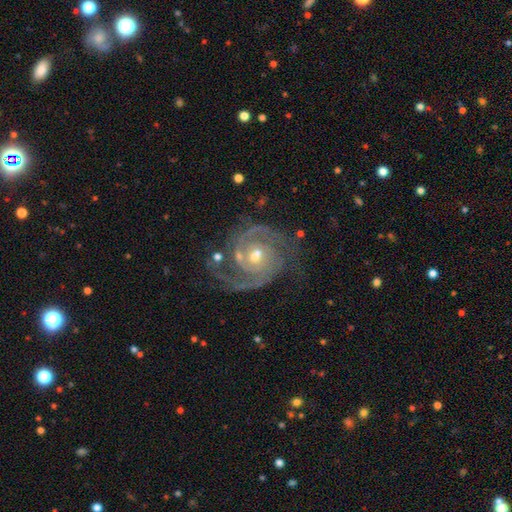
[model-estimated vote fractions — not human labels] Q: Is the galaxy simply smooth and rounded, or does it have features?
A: featured or disk — 92%.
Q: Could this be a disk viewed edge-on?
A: no — 98%.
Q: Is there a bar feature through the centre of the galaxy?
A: no — 55%.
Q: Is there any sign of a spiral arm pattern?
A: yes — 98%.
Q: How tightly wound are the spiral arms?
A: tight — 57%.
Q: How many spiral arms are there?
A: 2 — 73%.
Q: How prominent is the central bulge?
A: moderate — 58%.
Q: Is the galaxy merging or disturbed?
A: none — 70%.